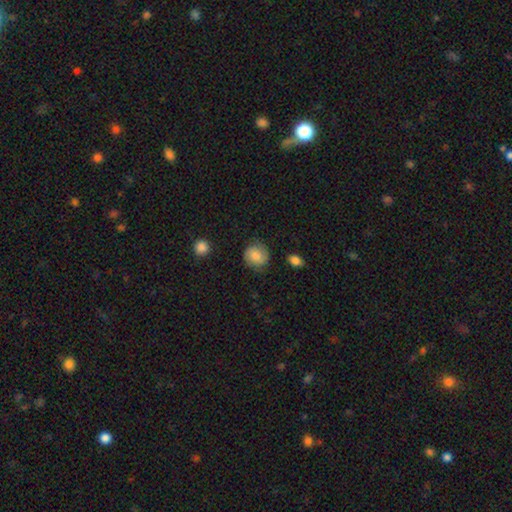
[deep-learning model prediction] The model was most divided on "smooth or featured": smooth: 74%, featured or disk: 18%, star or artifact: 8%. More confident: how rounded — round (82%); merging — none (77%).